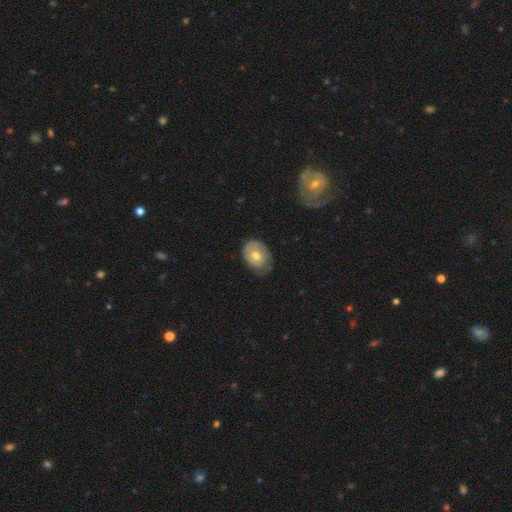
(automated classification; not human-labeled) Smooth or featured? smooth (56%)
How rounded? in between (61%)
Merging? none (55%)